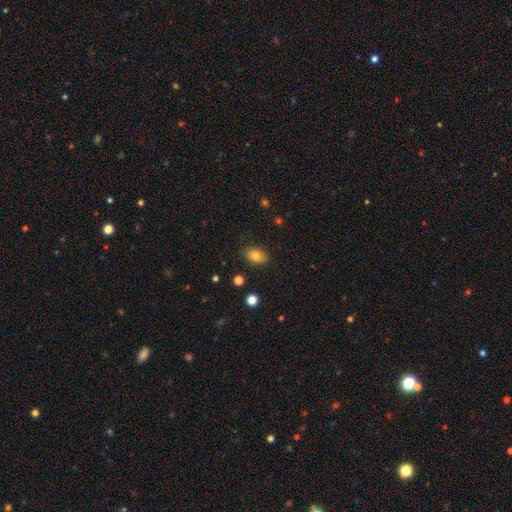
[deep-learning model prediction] A smooth galaxy with no disk features (77%) that is in between round and cigar-shaped (83%). Merging: none (84%).